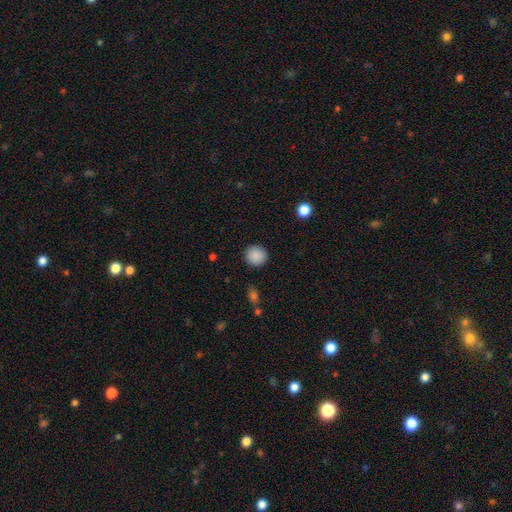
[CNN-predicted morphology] type=smooth (89%); roundness=round (92%); merging=none (90%).